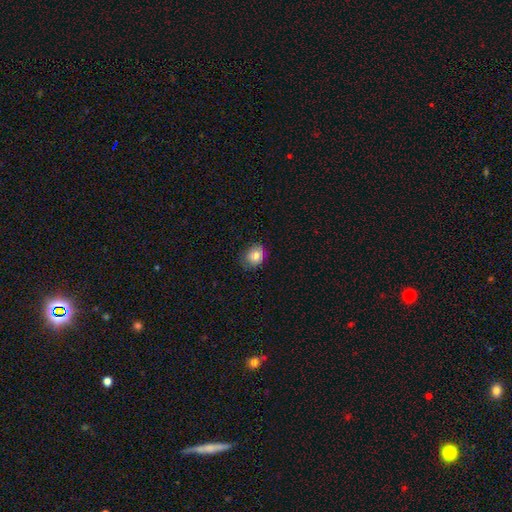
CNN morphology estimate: A smooth galaxy with no disk features (78%) that is round (58%).

Vote fractions:
- Smooth or featured? smooth: 78% / featured or disk: 12% / star or artifact: 9%
- How rounded? round: 58% / in between: 41% / cigar-shaped: 1%
- Merging? none: 77% / minor disturbance: 19% / major disturbance: 4% / merger: 1%